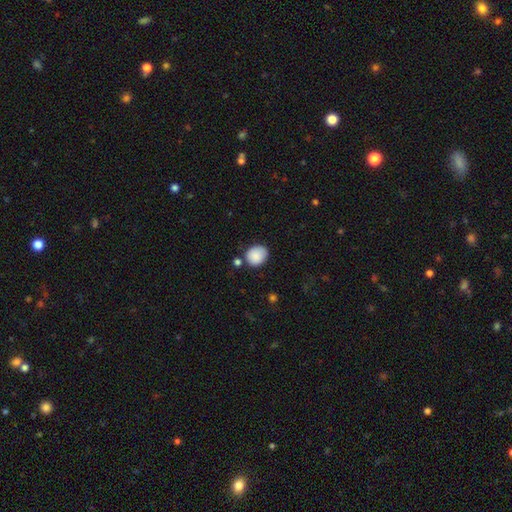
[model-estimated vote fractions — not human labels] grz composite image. It shows a smooth galaxy with no disk features (88%) that is round (67%). Merging: none (74%).